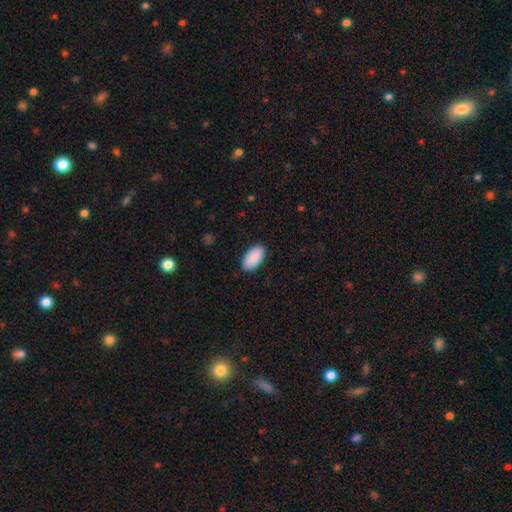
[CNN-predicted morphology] Smooth or featured? Predicted: smooth (p=0.92). How rounded? Predicted: in between (p=0.96). Merging? Predicted: none (p=0.89).